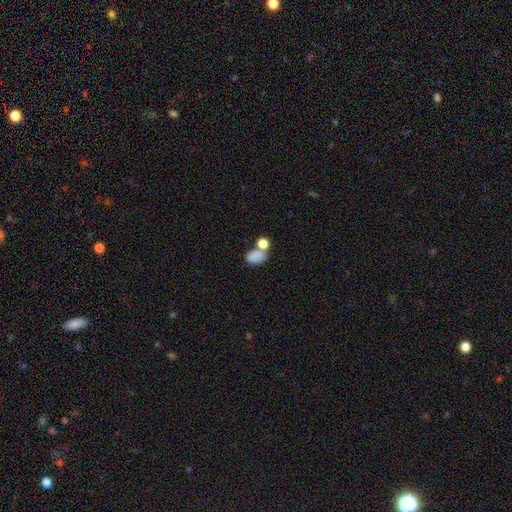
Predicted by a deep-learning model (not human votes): This appears to be a smooth galaxy with no disk features (82%) that is in between round and cigar-shaped (75%). Merging: none (47%).